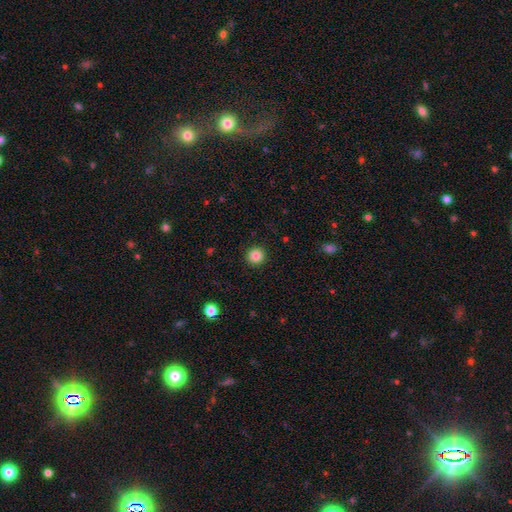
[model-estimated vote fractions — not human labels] Morphology: type=smooth (85%); roundness=round (95%); merging=none (93%).